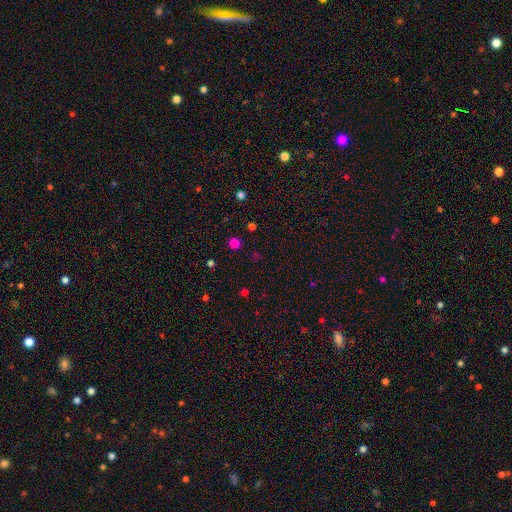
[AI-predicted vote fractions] Smooth or featured? Predicted: smooth (p=0.57). How rounded? Predicted: round (p=0.90). Merging? Predicted: none (p=0.89).